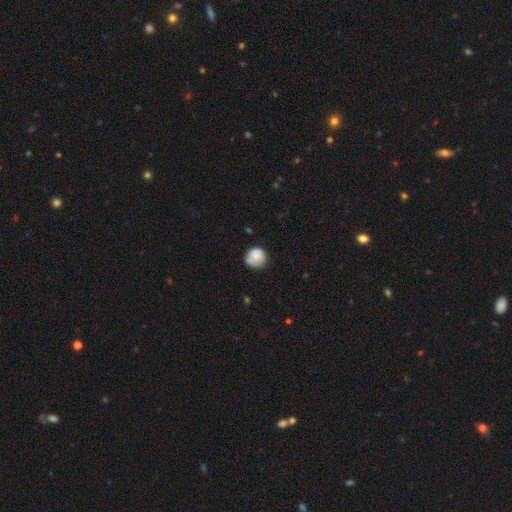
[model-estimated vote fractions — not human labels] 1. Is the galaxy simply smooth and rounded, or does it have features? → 81% smooth, 12% featured or disk, 8% star or artifact.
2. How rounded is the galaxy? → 90% round, 9% in between, 1% cigar-shaped.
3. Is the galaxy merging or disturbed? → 70% none, 23% minor disturbance, 5% major disturbance, 2% merger.